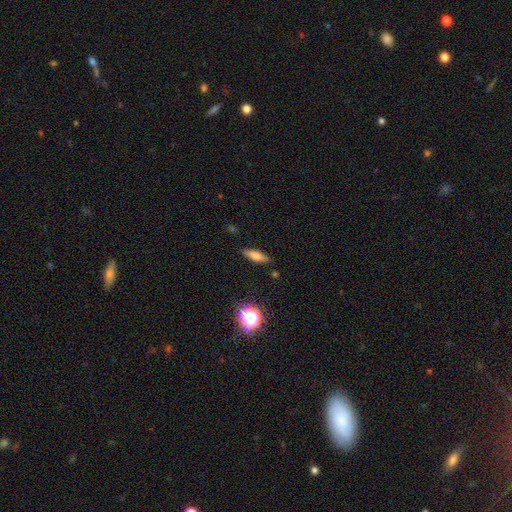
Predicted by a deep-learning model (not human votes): Q: Smooth or featured?
A: smooth (62%); runner-up: featured or disk (28%)
Q: How rounded?
A: cigar-shaped (54%); runner-up: in between (42%)
Q: Merging?
A: none (85%); runner-up: minor disturbance (11%)